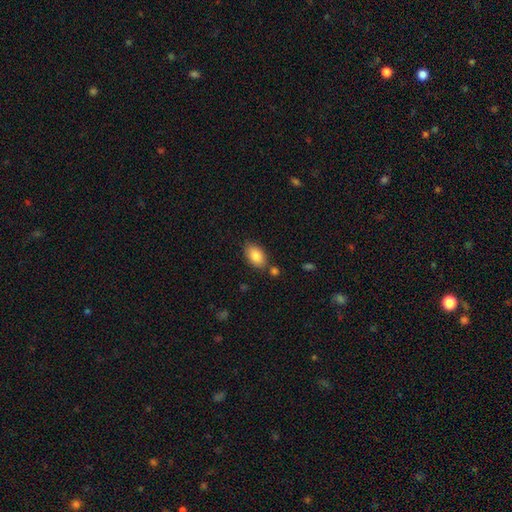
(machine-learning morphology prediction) A smooth galaxy with no disk features (86%) that is in between round and cigar-shaped (91%). Merging: none (75%).